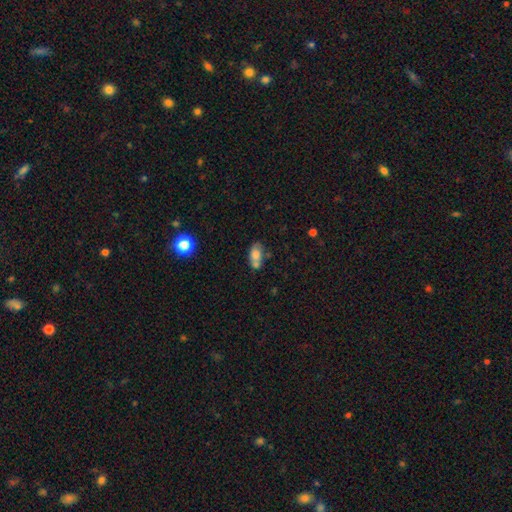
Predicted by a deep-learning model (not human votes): smooth 70%, featured or disk 20%, star or artifact 10%. Down the decision tree: how rounded — in between (85%); merging — none (43%).